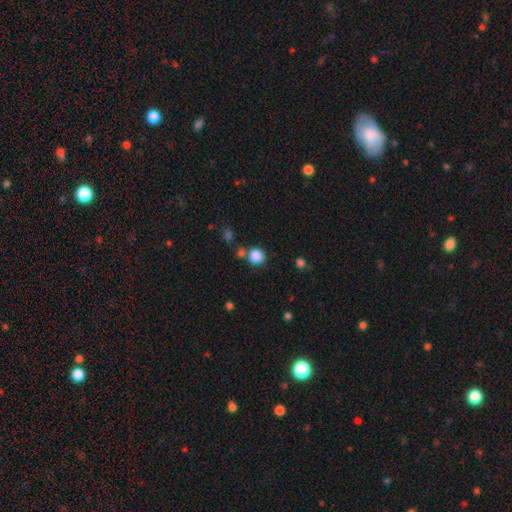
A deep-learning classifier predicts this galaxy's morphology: A smooth galaxy with no disk features (86%) that is round (90%).

Vote fractions:
- Smooth or featured? smooth: 86% / star or artifact: 10% / featured or disk: 4%
- How rounded? round: 90% / in between: 10% / cigar-shaped: 1%
- Merging? none: 72% / merger: 14% / minor disturbance: 10% / major disturbance: 4%